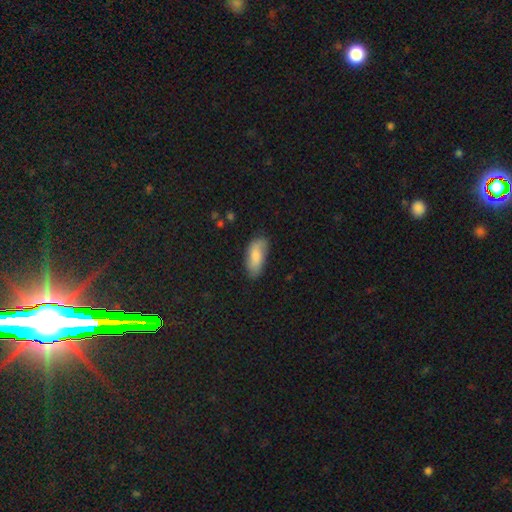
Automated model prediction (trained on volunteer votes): This appears to be a smooth galaxy with no disk features (77%) that is in between round and cigar-shaped (87%). Merging: none (73%).